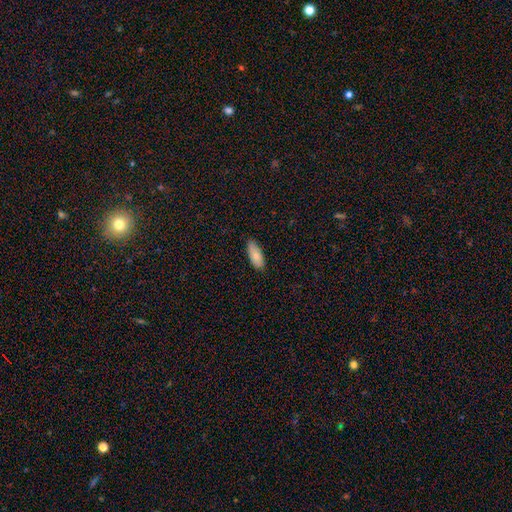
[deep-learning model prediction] The model was most divided on "how rounded": in between: 81%, cigar-shaped: 17%, round: 2%. More confident: merging — none (82%); smooth or featured — smooth (81%).